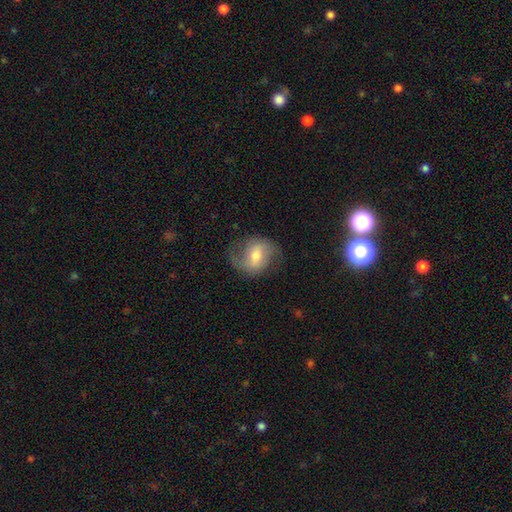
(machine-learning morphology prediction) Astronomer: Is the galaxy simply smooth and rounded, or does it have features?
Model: featured or disk — 64%.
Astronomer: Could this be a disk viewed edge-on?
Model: no — 97%.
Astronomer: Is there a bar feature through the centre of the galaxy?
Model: weak — 49% (runner-up: no, 30%).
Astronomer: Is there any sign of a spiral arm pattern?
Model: yes — 89%.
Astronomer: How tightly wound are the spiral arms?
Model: medium — 44% (runner-up: loose, 41%).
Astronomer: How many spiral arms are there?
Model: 2 — 84%.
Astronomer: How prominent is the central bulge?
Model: moderate — 64%.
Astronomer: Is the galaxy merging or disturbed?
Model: none — 70%.